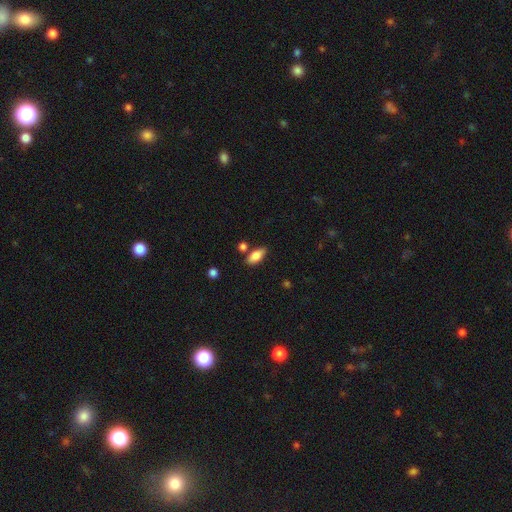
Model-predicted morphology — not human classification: smooth-or-featured: smooth: 82% | featured or disk: 10% | star or artifact: 8%
  how-rounded: in between: 88% | cigar-shaped: 9% | round: 4%
  merging: none: 74% | minor disturbance: 14% | merger: 9% | major disturbance: 3%